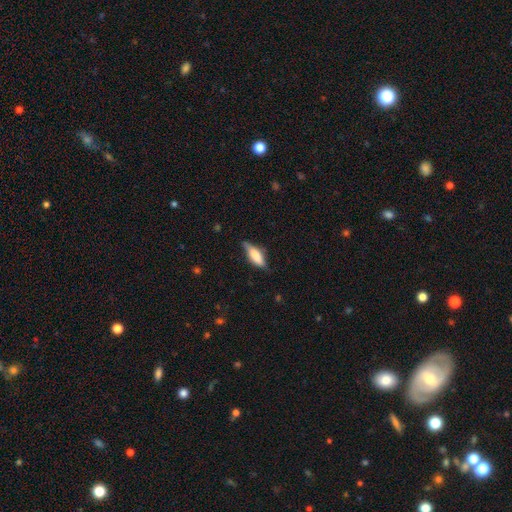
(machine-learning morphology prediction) Smooth or featured? Predicted: smooth (p=0.63). How rounded? Predicted: in between (p=0.59). Merging? Predicted: none (p=0.70).